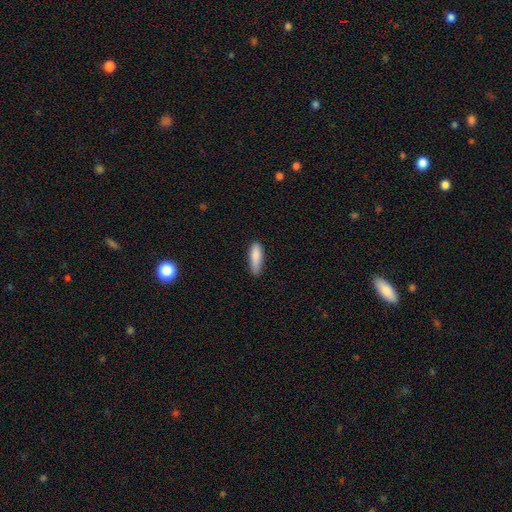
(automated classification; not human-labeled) Morphology: type=smooth (86%); roundness=cigar-shaped (61%); merging=none (69%).